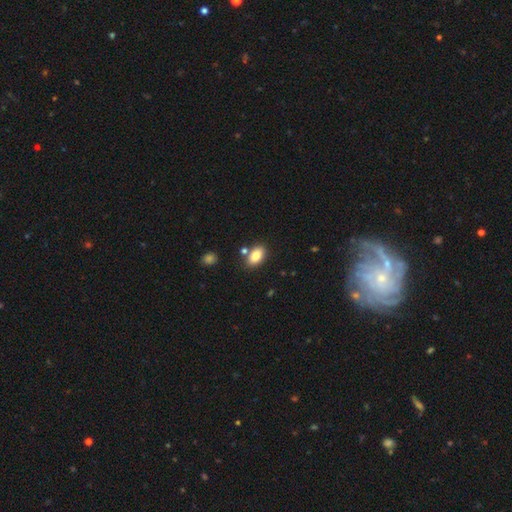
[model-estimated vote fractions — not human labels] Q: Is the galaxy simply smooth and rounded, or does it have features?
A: smooth — 85%.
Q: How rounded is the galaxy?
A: in between — 90%.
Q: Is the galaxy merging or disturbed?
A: none — 75%.